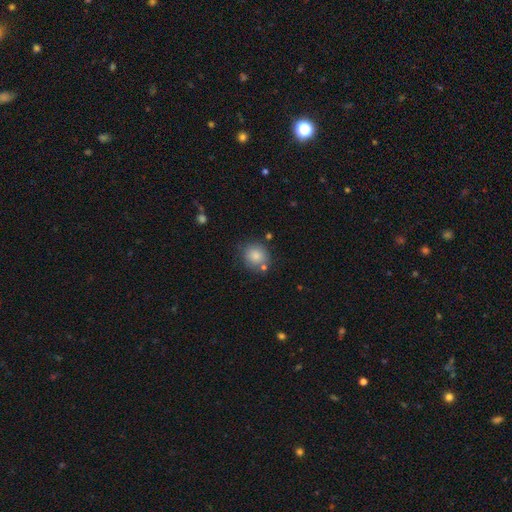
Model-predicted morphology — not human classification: A smooth galaxy with no disk features (84%) that is round (80%). Merging: none (74%).